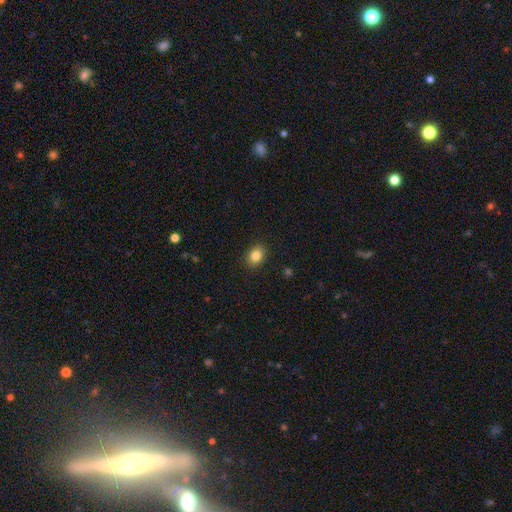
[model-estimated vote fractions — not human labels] This is clearly a smooth galaxy (84%). How rounded: likely in between (65%). Merging: clearly none (88%).